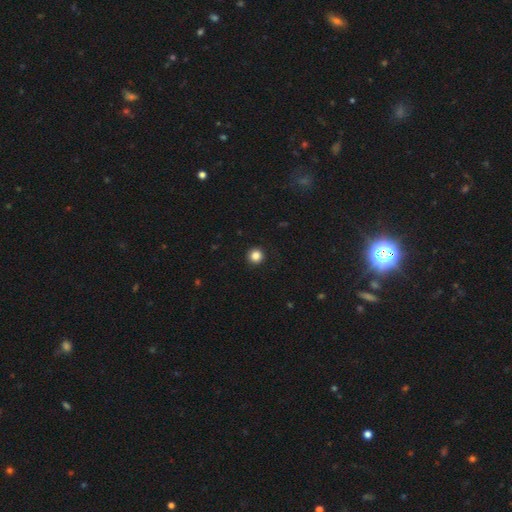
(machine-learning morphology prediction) Smooth or featured? smooth (85%)
How rounded? round (94%)
Merging? none (92%)